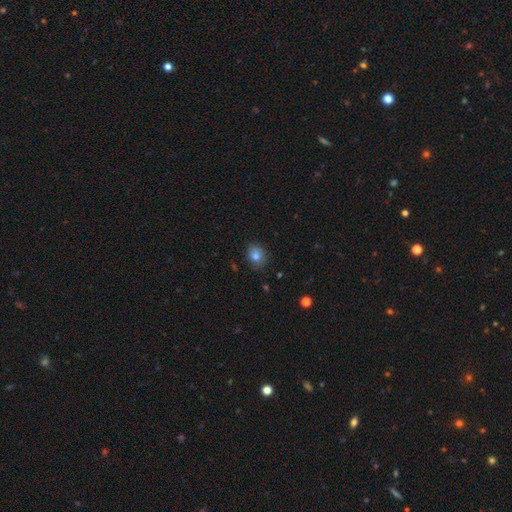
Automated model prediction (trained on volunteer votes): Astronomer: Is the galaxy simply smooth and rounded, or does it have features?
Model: smooth — 81%.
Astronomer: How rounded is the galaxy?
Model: round — 54% (runner-up: in between, 45%).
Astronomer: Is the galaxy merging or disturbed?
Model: none — 83%.